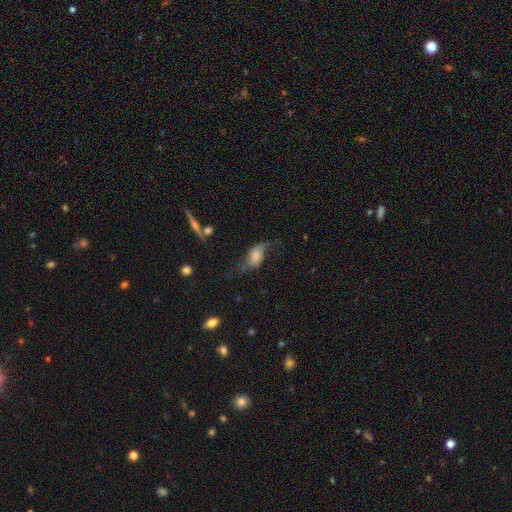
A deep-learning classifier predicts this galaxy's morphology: smooth 52%, featured or disk 38%, star or artifact 10%. Down the decision tree: how rounded — in between (86%); merging — none (38%).